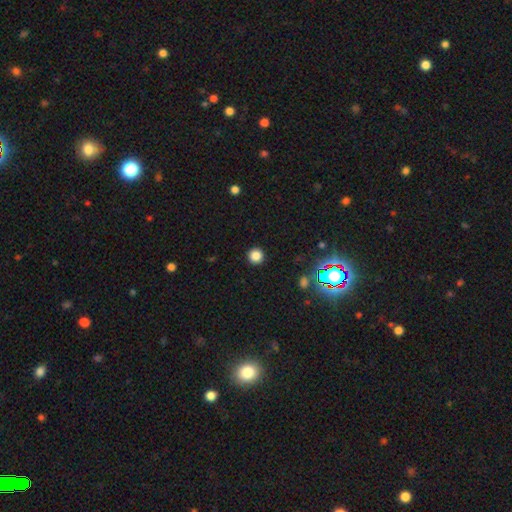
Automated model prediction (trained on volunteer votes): smooth-or-featured: smooth: 82% | star or artifact: 14% | featured or disk: 4%
  how-rounded: round: 95% | in between: 4% | cigar-shaped: 1%
  merging: none: 92% | minor disturbance: 5% | major disturbance: 2% | merger: 1%